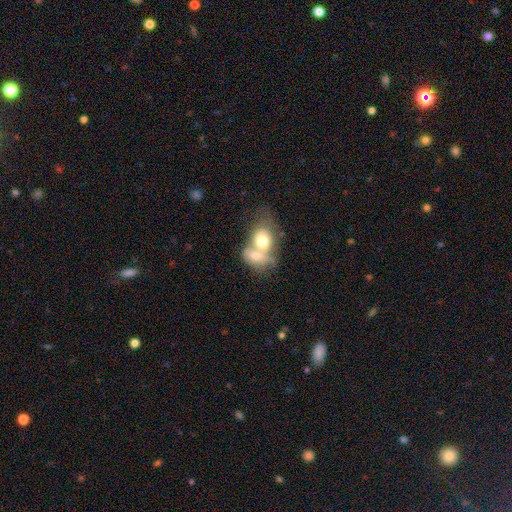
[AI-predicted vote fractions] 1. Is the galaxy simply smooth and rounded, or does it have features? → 66% smooth, 27% featured or disk, 8% star or artifact.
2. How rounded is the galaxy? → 64% in between, 34% round, 2% cigar-shaped.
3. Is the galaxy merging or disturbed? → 75% merger, 13% none, 6% minor disturbance, 5% major disturbance.